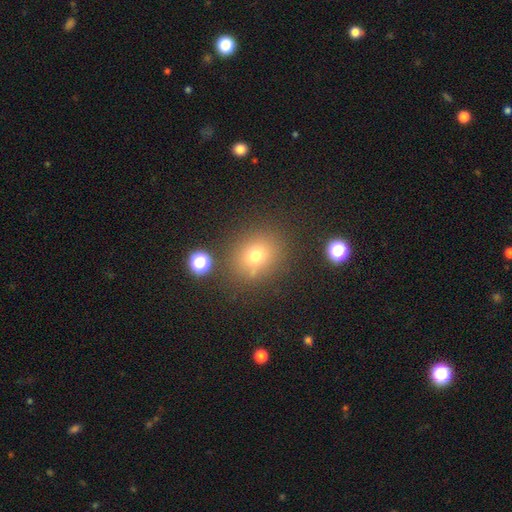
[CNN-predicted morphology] Smooth or featured? smooth (70%)
How rounded? round (73%)
Merging? none (79%)